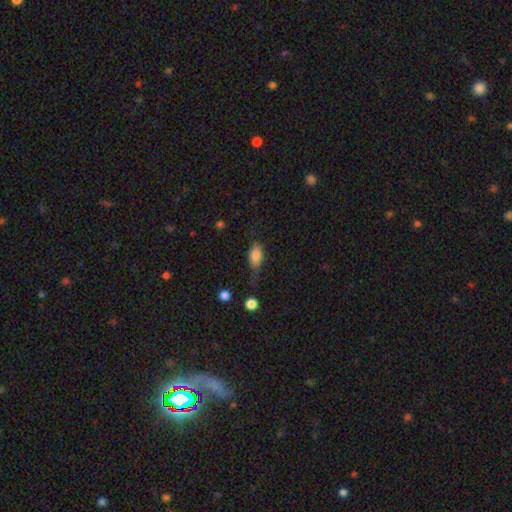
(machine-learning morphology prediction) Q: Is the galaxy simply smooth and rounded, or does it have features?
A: smooth — 83%.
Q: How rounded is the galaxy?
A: in between — 87%.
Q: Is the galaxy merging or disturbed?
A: none — 56%.